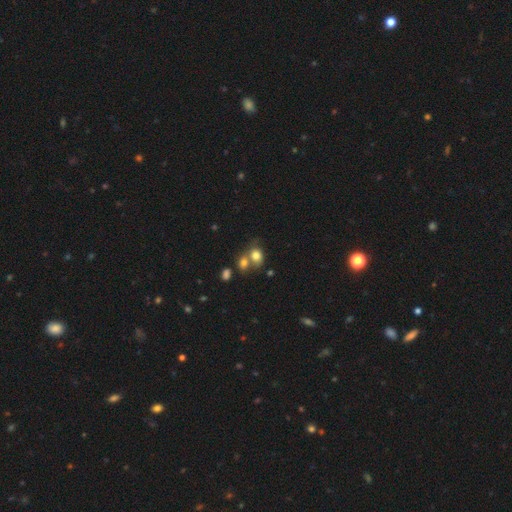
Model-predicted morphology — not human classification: Smooth or featured? smooth (78%)
How rounded? round (51%)
Merging? merger (47%)